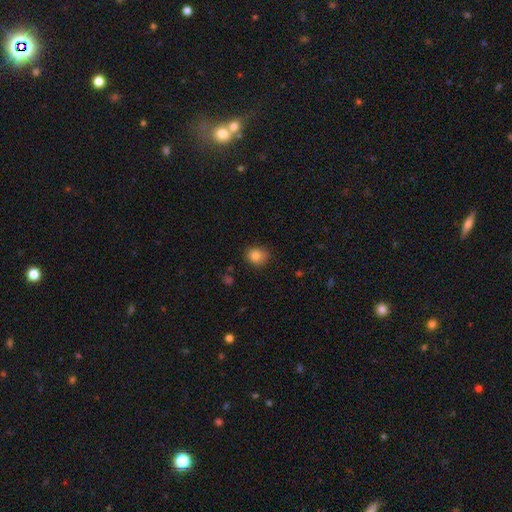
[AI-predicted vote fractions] A smooth galaxy with no disk features (83%) that is round (73%). Merging: none (84%).